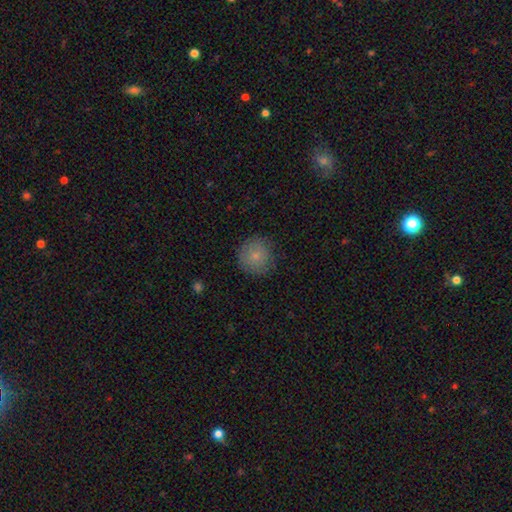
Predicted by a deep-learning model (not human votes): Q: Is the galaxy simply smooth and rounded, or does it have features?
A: smooth — 80%.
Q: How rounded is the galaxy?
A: round — 94%.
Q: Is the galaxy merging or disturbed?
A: none — 82%.